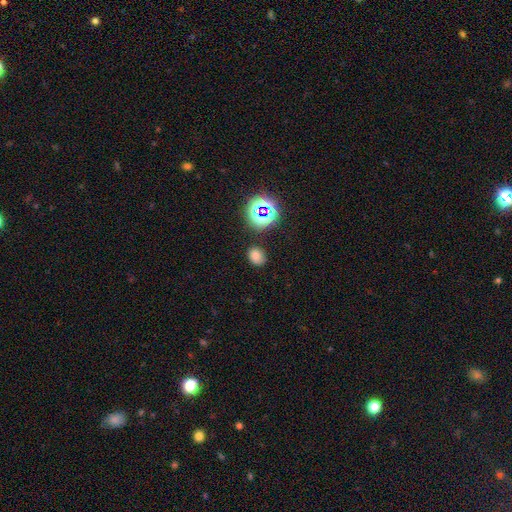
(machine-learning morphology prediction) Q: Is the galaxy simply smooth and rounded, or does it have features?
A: smooth — 70%.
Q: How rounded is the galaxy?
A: round — 53%.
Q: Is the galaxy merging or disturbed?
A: none — 77%.